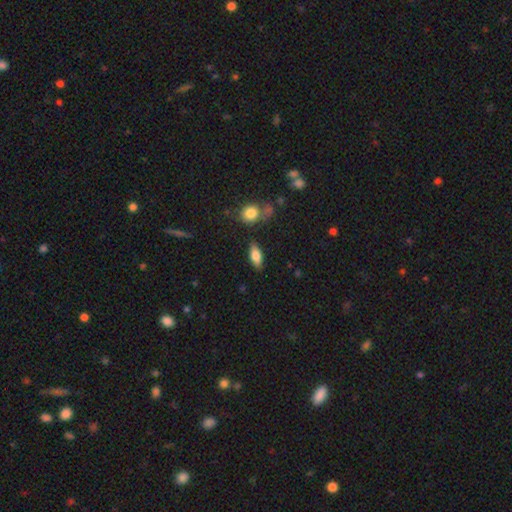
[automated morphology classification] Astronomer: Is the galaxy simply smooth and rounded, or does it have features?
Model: smooth — 76%.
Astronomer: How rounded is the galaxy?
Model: in between — 81%.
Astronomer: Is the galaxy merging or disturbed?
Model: none — 81%.